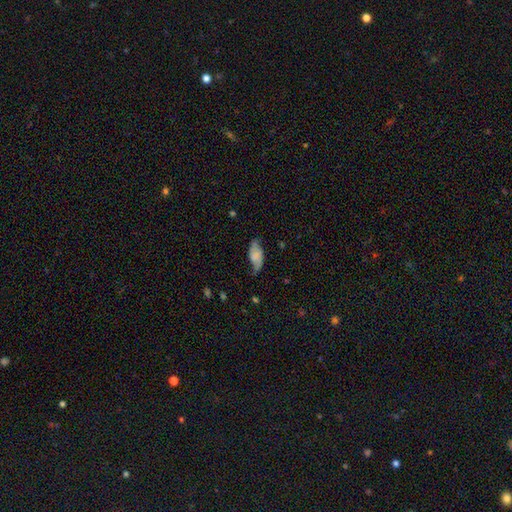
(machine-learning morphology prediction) This appears to be a smooth galaxy with no disk features (47%). Merging: none (57%).